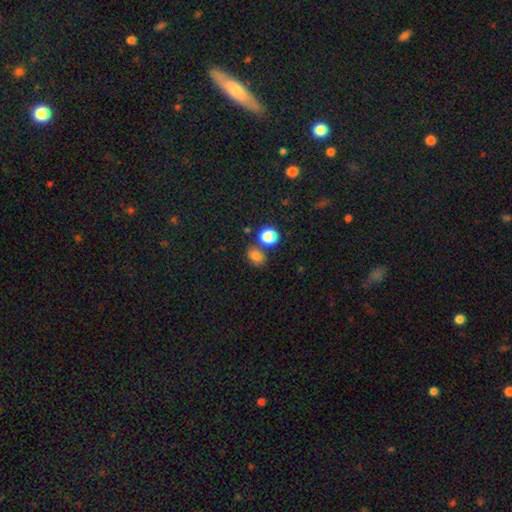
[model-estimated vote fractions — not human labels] Smooth or featured? smooth (80%)
How rounded? in between (57%)
Merging? none (67%)